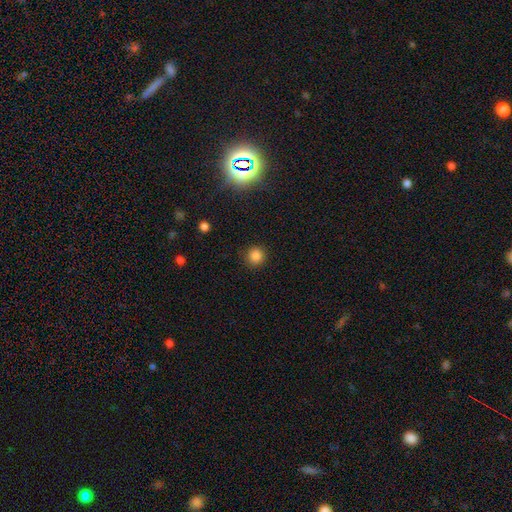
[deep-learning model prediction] Smooth or featured? smooth (84%)
How rounded? round (93%)
Merging? none (89%)